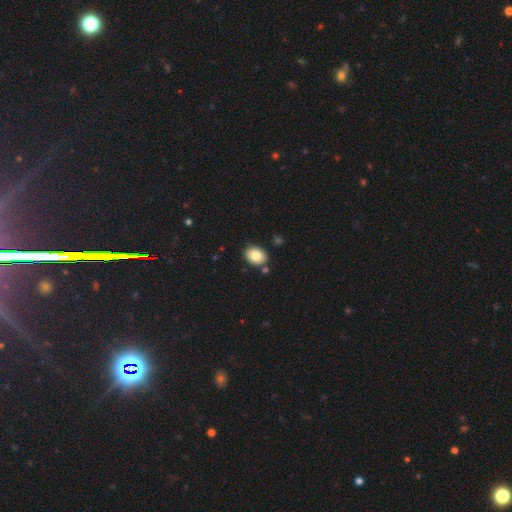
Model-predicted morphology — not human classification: Smooth or featured: smooth — 84% (star or artifact — 8%)
How rounded: in between — 65% (round — 34%)
Merging: none — 82% (minor disturbance — 10%)